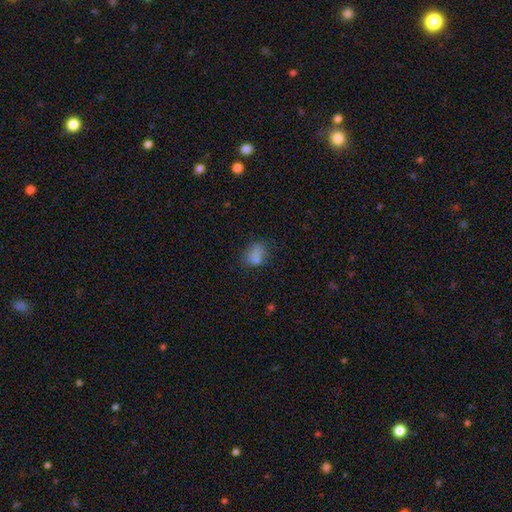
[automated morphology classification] smooth 72%, star or artifact 15%, featured or disk 13%. Down the decision tree: how rounded — in between (62%); merging — none (53%).